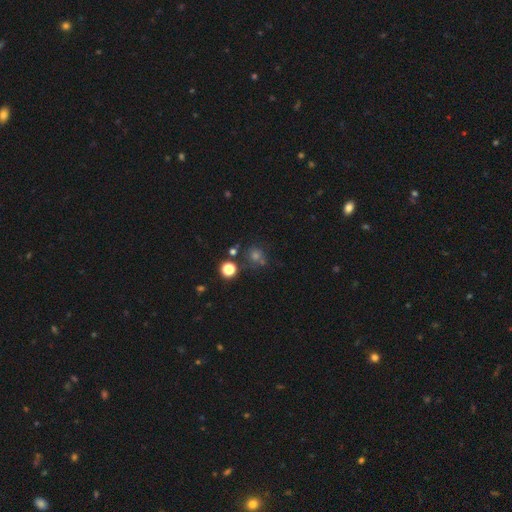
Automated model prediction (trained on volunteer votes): smooth 52%, star or artifact 37%, featured or disk 11%. Down the decision tree: how rounded — round (85%); merging — none (71%).